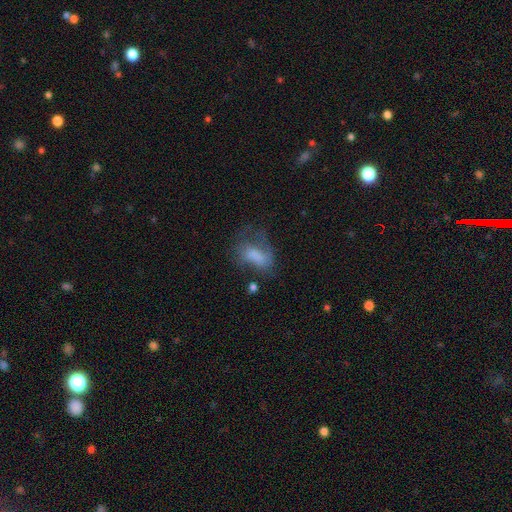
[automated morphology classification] Overall: smooth (60%; featured or disk 29%). How rounded: in between (85%). Merging: major disturbance (40%; none 30%).